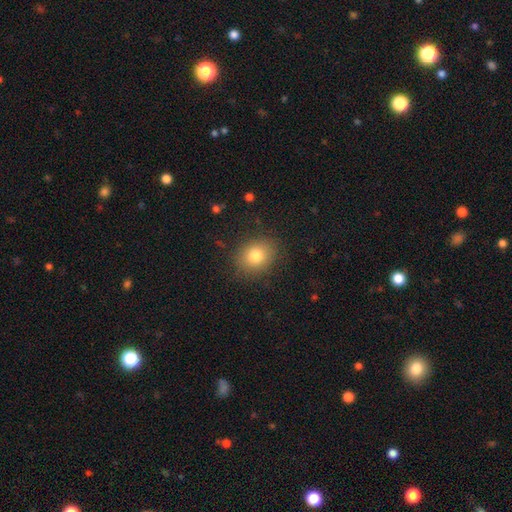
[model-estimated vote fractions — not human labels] Q: Smooth or featured?
A: smooth (79%); runner-up: star or artifact (11%)
Q: How rounded?
A: round (61%); runner-up: in between (38%)
Q: Merging?
A: none (85%); runner-up: minor disturbance (10%)